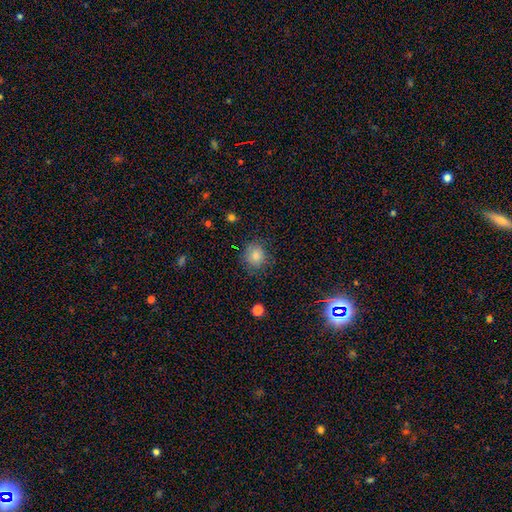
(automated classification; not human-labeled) The model was most divided on "merging": none: 77%, minor disturbance: 17%, major disturbance: 5%, merger: 2%. More confident: how rounded — round (82%); smooth or featured — smooth (82%).